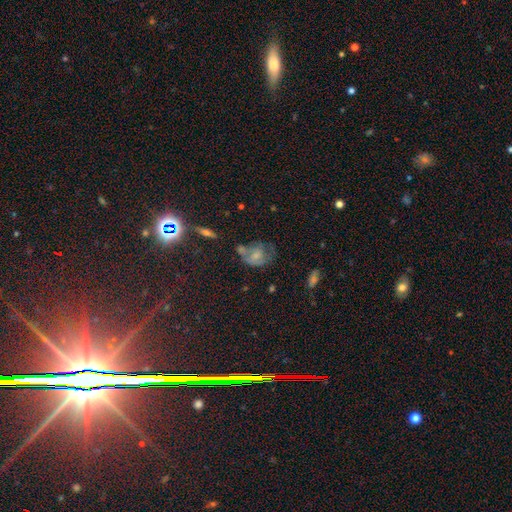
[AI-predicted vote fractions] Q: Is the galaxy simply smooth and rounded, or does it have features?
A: smooth — 50%.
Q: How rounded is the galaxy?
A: in between — 58%.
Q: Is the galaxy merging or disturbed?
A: none — 28%, tied with major disturbance.